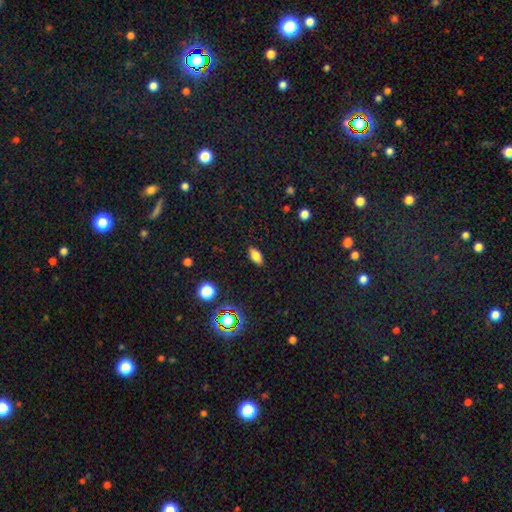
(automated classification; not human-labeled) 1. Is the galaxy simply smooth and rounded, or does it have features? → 77% smooth, 12% star or artifact, 11% featured or disk.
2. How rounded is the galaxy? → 85% in between, 10% cigar-shaped, 5% round.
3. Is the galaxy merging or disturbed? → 87% none, 9% minor disturbance, 2% major disturbance, 1% merger.